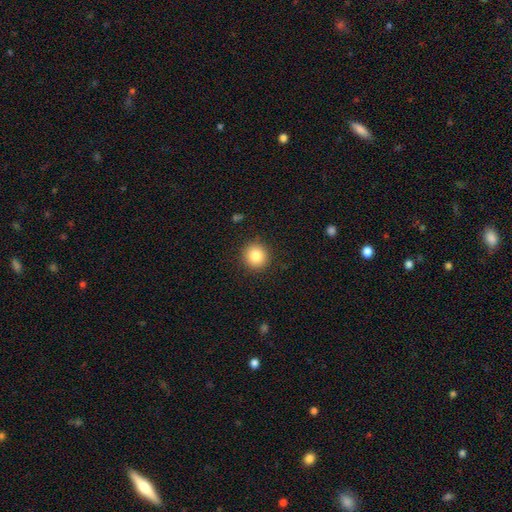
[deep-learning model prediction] Morphology: type=smooth (84%); roundness=round (94%); merging=none (90%).